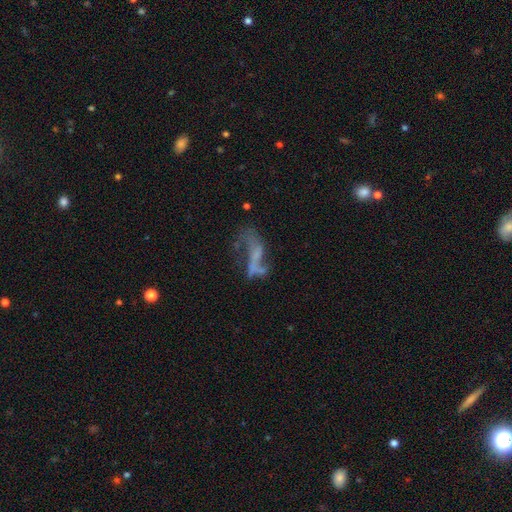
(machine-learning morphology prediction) Smooth or featured? featured or disk (65%)
Edge-on disk? no (92%)
Bar? no (60%)
Spiral arms? no (52%)
Bulge size? none (67%)
Merging? major disturbance (34%)